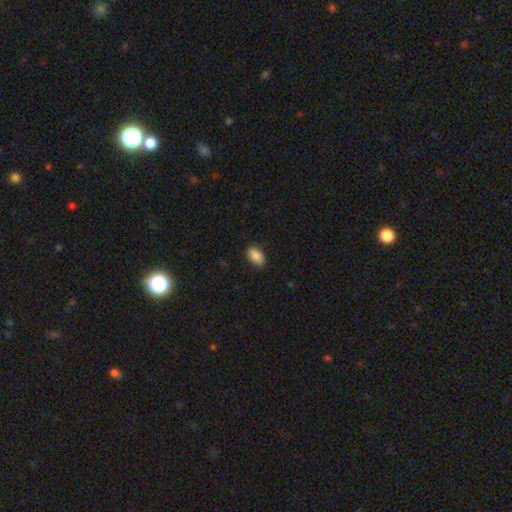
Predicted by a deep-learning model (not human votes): smooth_or_featured: smooth (p=0.87) [alt: star or artifact p=0.07]
how_rounded: in between (p=0.92) [alt: round p=0.05]
merging: none (p=0.84) [alt: minor disturbance p=0.12]